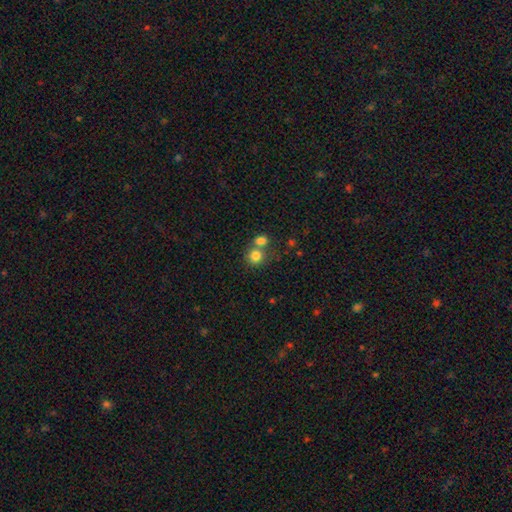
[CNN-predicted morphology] This is clearly a smooth galaxy (81%). How rounded: clearly round (86%). Merging: possibly none (47%).